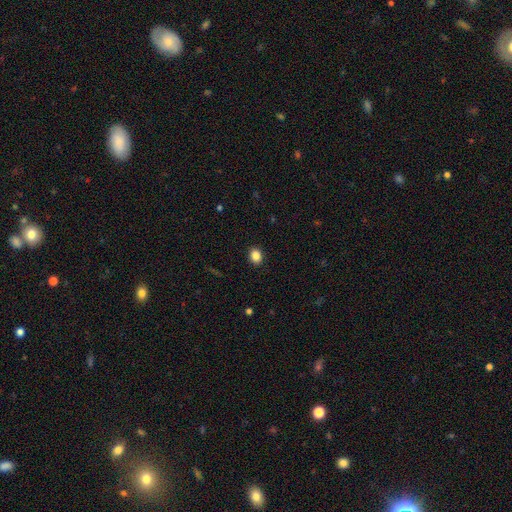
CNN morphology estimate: Smooth or featured? smooth (86%)
How rounded? in between (56%)
Merging? none (91%)